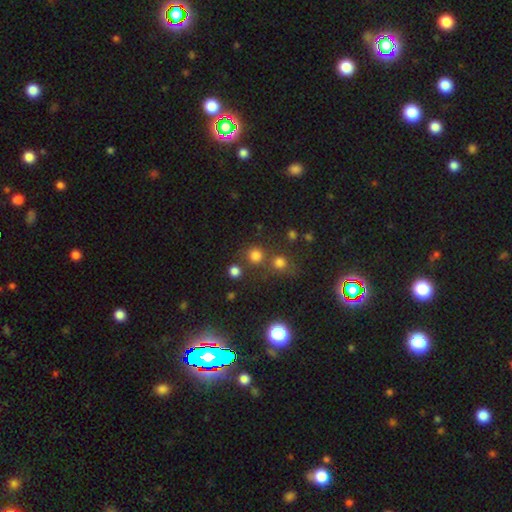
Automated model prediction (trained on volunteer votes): Smooth or featured?
  - smooth: 76% *
  - star or artifact: 18%
  - featured or disk: 6%
How rounded?
  - round: 92% *
  - in between: 7%
  - cigar-shaped: 1%
Merging?
  - none: 68% *
  - merger: 20%
  - minor disturbance: 8%
  - major disturbance: 4%